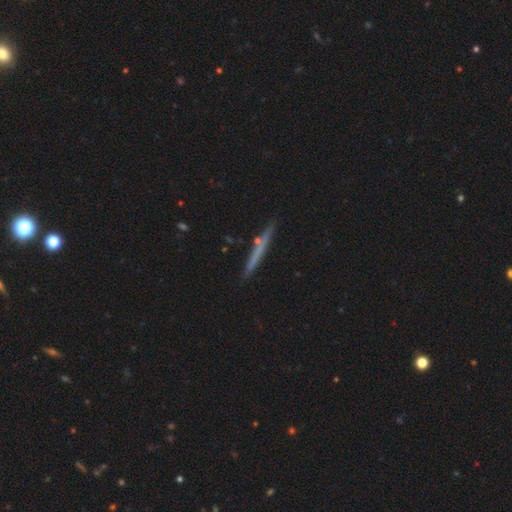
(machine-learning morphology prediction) This appears to be a featured or disk galaxy (48%). Merging: none (84%).